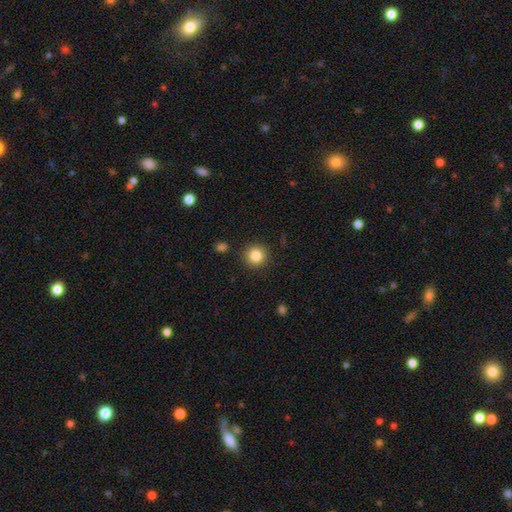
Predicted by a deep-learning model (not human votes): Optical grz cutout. It shows a smooth galaxy with no disk features (84%) that is round (94%). Merging: none (90%).